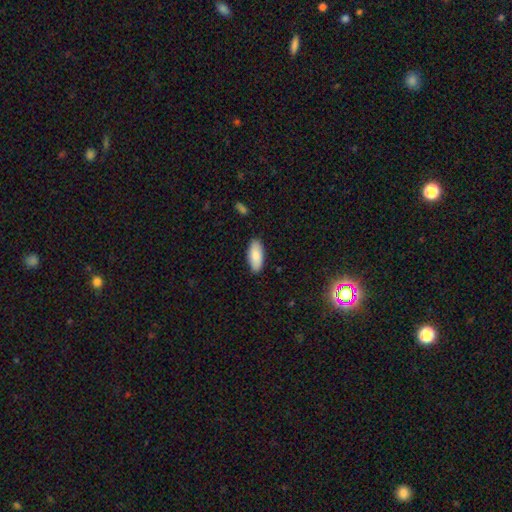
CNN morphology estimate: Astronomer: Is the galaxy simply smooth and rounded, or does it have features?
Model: smooth — 83%.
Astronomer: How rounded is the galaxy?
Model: in between — 87%.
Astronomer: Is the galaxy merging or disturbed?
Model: none — 87%.